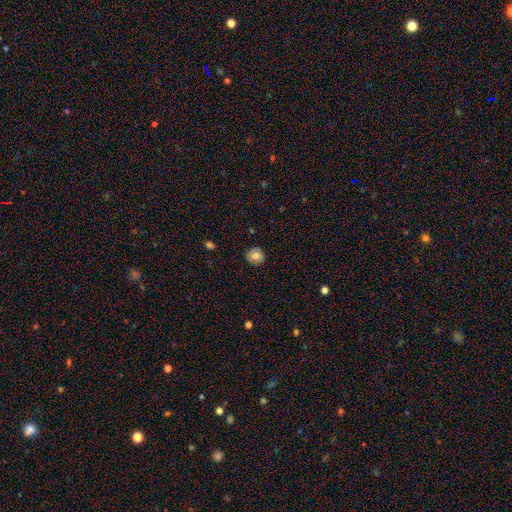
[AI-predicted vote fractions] Smooth or featured: smooth — 75% (featured or disk — 16%)
How rounded: round — 84% (in between — 15%)
Merging: none — 86% (minor disturbance — 10%)